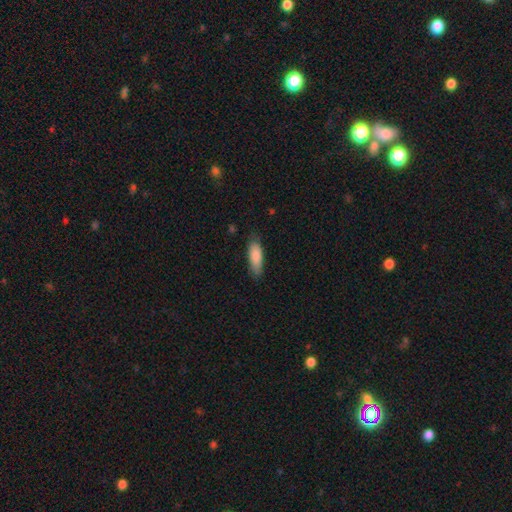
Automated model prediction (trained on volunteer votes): A smooth galaxy with no disk features (85%) that is in between round and cigar-shaped (59%). Merging: none (78%).